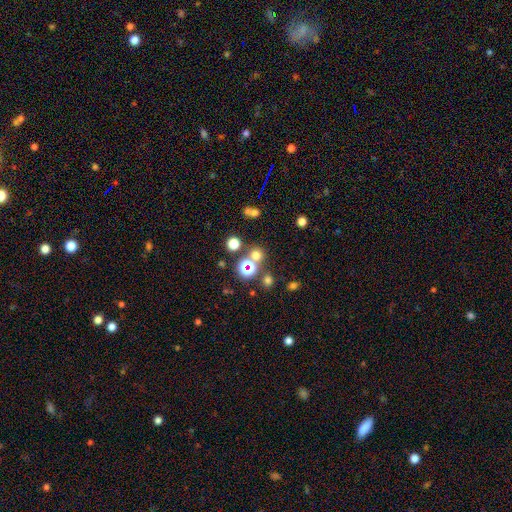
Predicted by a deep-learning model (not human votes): This is possibly a smooth galaxy (59%). How rounded: clearly round (88%). Merging: likely none (72%).